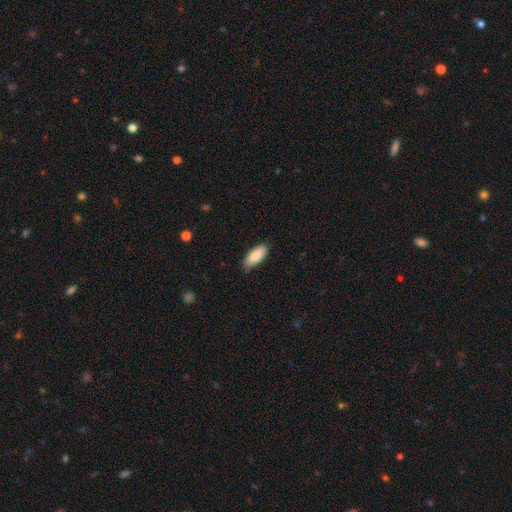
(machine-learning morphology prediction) Smooth or featured?
  - smooth: 86% *
  - featured or disk: 8%
  - star or artifact: 6%
How rounded?
  - in between: 82% *
  - cigar-shaped: 16%
  - round: 2%
Merging?
  - none: 77% *
  - minor disturbance: 19%
  - major disturbance: 3%
  - merger: 1%